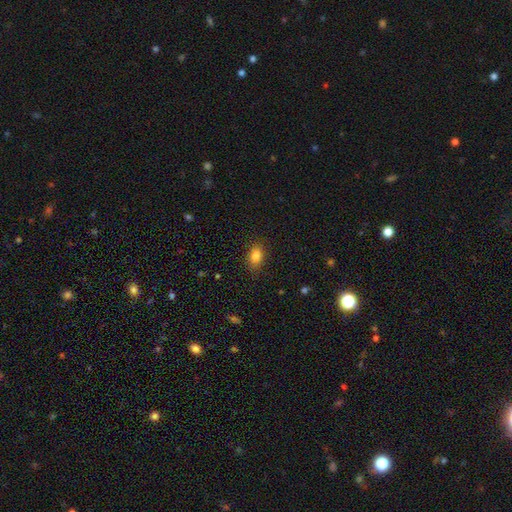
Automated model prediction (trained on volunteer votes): smooth 84%, star or artifact 10%, featured or disk 6%. Down the decision tree: how rounded — in between (80%); merging — none (83%).